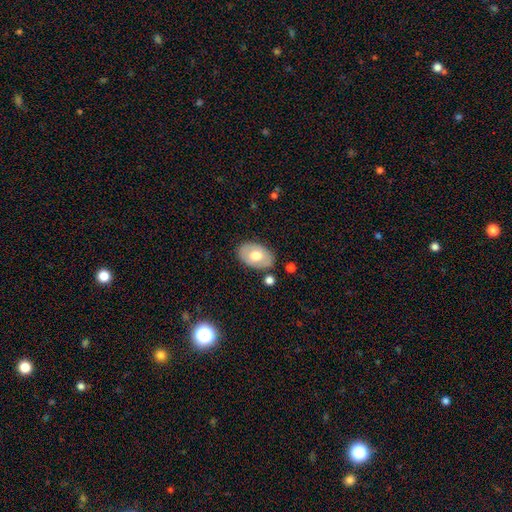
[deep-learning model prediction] Smooth or featured: smooth — 61% (featured or disk — 33%)
How rounded: in between — 87% (round — 12%)
Merging: none — 80% (minor disturbance — 13%)